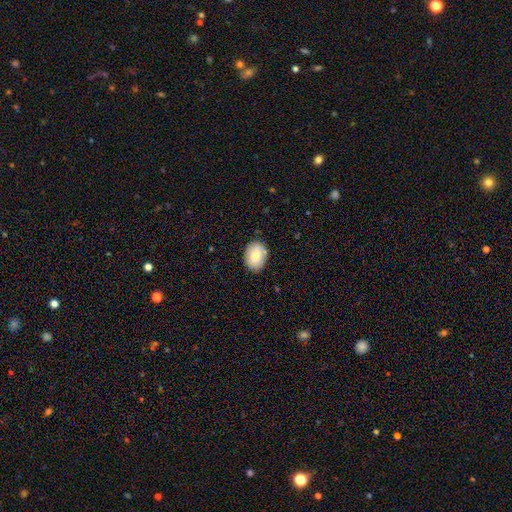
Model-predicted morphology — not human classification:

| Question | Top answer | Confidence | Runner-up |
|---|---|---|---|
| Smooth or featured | smooth | 77% | featured or disk (16%) |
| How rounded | in between | 72% | round (27%) |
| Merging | none | 84% | minor disturbance (12%) |